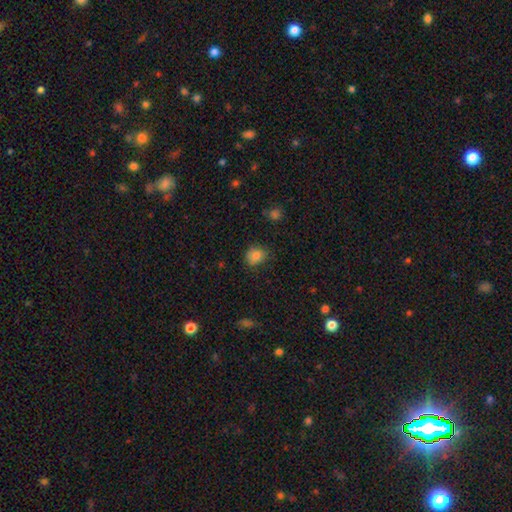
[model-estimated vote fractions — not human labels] smooth-or-featured: smooth: 82% | star or artifact: 12% | featured or disk: 7%
  how-rounded: round: 70% | in between: 29% | cigar-shaped: 1%
  merging: none: 74% | minor disturbance: 20% | major disturbance: 4% | merger: 2%